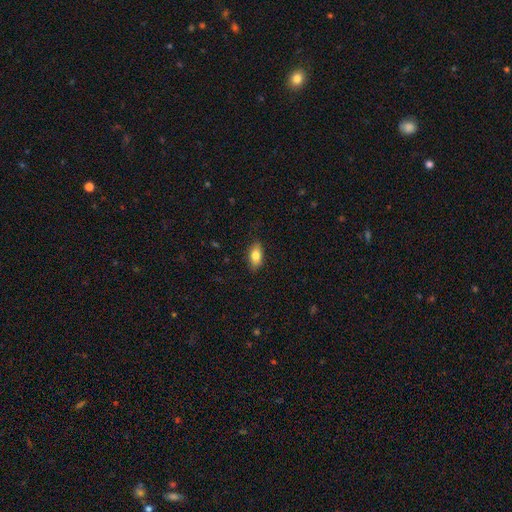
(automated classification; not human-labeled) Smooth or featured?
  - smooth: 78% *
  - featured or disk: 15%
  - star or artifact: 7%
How rounded?
  - in between: 87% *
  - cigar-shaped: 9%
  - round: 4%
Merging?
  - none: 86% *
  - minor disturbance: 11%
  - major disturbance: 2%
  - merger: 1%